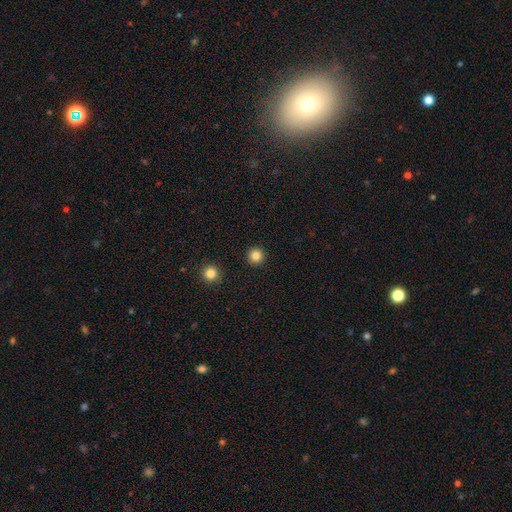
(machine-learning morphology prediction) This appears to be a smooth galaxy with no disk features (82%) that is round (96%). Merging: none (93%).